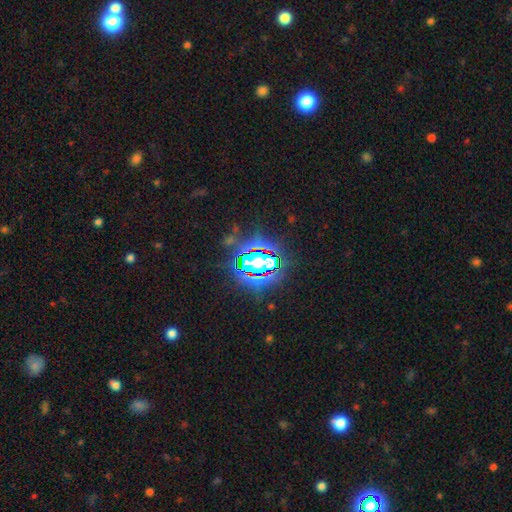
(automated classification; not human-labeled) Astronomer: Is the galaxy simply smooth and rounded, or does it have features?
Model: star or artifact — 84%.